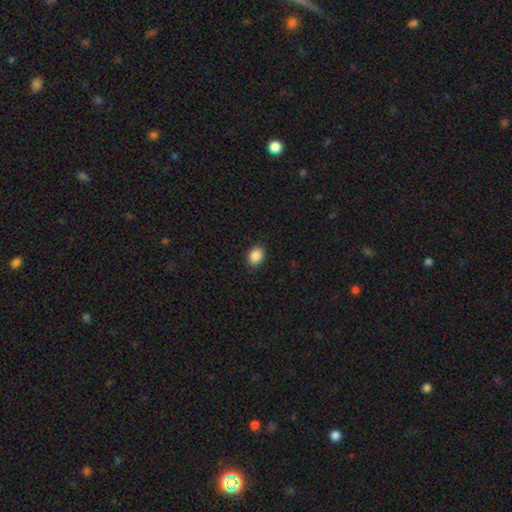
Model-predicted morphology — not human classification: Overall: smooth (88%). How rounded: in between (67%; round 32%). Merging: none (90%).